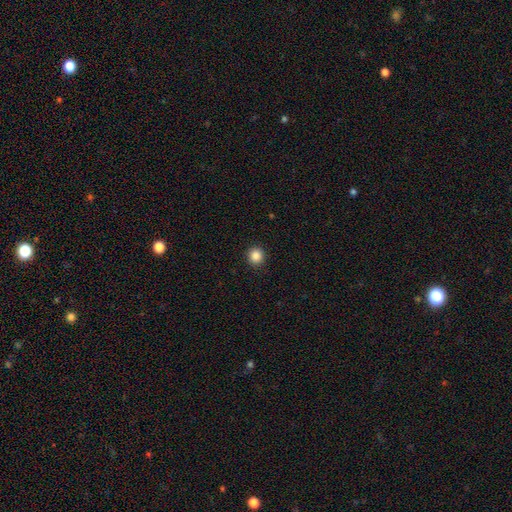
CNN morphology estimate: This appears to be a smooth galaxy with no disk features (86%) that is round (92%). Merging: none (92%).